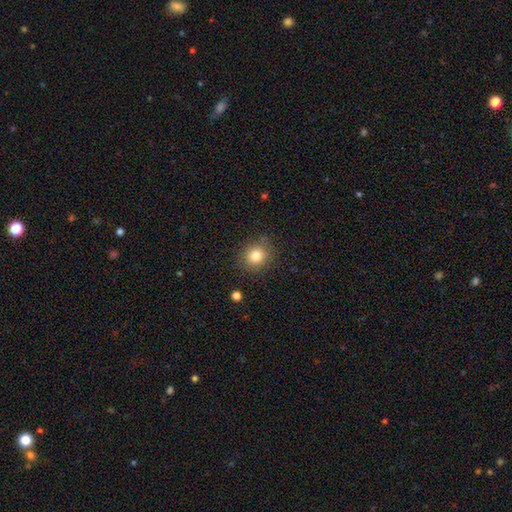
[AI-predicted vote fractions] A smooth galaxy with no disk features (81%) that is round (79%).

Vote fractions:
- Smooth or featured? smooth: 81% / star or artifact: 11% / featured or disk: 8%
- How rounded? round: 79% / in between: 20% / cigar-shaped: 1%
- Merging? none: 83% / minor disturbance: 12% / major disturbance: 3% / merger: 2%